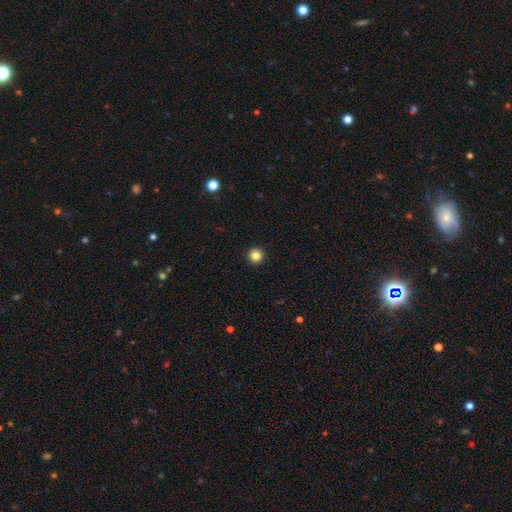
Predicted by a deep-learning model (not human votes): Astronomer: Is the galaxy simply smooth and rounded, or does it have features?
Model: smooth — 84%.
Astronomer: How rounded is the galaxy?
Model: round — 96%.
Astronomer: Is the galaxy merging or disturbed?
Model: none — 94%.